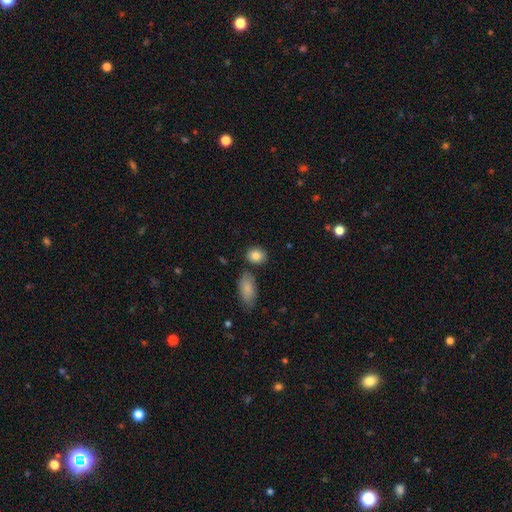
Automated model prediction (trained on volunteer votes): smooth_or_featured: smooth (p=0.85) [alt: star or artifact p=0.08]
how_rounded: round (p=0.55) [alt: in between p=0.44]
merging: none (p=0.78) [alt: minor disturbance p=0.11]